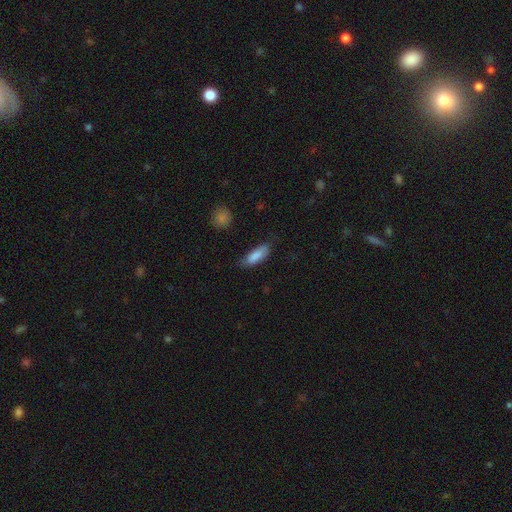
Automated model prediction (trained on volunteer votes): smooth_or_featured: smooth (p=0.85) [alt: featured or disk p=0.09]
how_rounded: in between (p=0.62) [alt: cigar-shaped p=0.36]
merging: none (p=0.70) [alt: minor disturbance p=0.23]